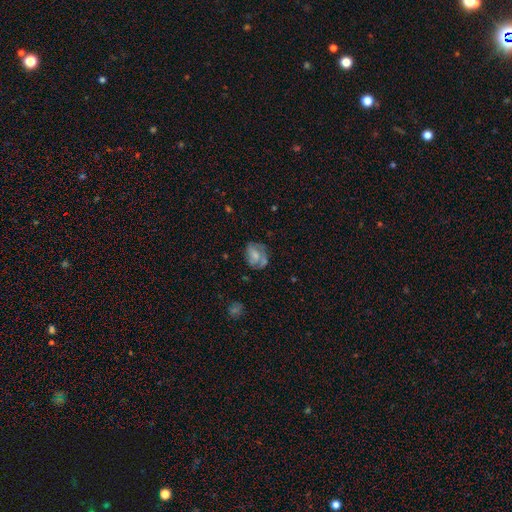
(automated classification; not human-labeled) featured or disk 46%, smooth 45%, star or artifact 10%. Down the decision tree: merging — none (51%).